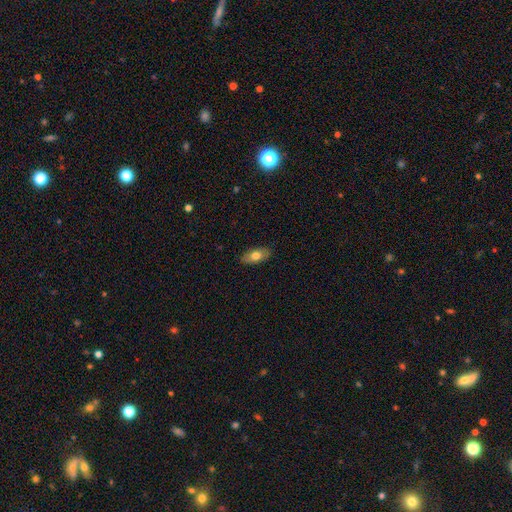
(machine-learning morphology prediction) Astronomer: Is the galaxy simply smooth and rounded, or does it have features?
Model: smooth — 74%.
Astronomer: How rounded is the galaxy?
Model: in between — 89%.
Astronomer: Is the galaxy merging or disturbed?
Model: none — 87%.